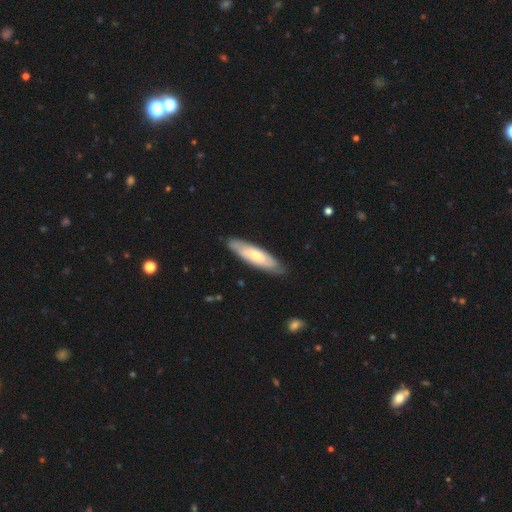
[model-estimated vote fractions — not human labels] Overall: smooth (48%; featured or disk 47%). Merging: none (82%).